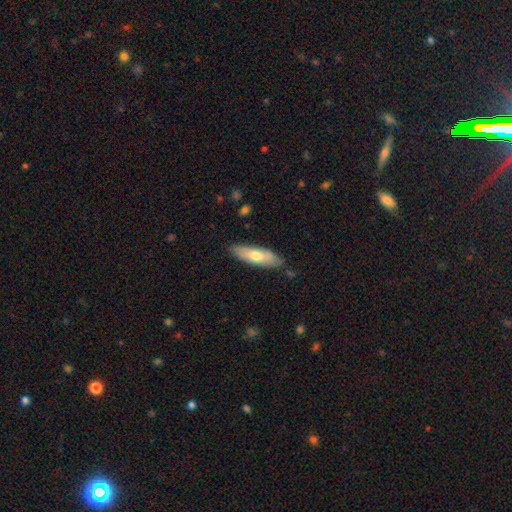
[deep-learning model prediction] A smooth galaxy with no disk features (63%) that is cigar-shaped (52%).

Vote fractions:
- Smooth or featured? smooth: 63% / featured or disk: 31% / star or artifact: 6%
- How rounded? cigar-shaped: 52% / in between: 46% / round: 2%
- Merging? none: 81% / minor disturbance: 15% / major disturbance: 3% / merger: 2%